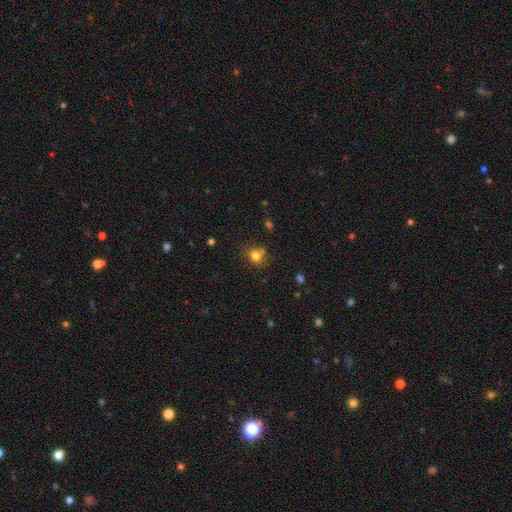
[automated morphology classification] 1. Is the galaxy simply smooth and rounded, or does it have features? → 77% smooth, 14% star or artifact, 9% featured or disk.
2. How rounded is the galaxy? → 72% round, 27% in between, 1% cigar-shaped.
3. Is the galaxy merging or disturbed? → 63% none, 18% merger, 14% minor disturbance, 5% major disturbance.